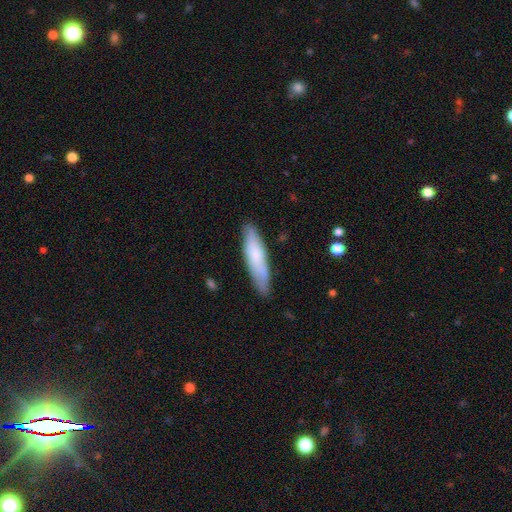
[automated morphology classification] Smooth or featured?
  - smooth: 71% *
  - featured or disk: 23%
  - star or artifact: 6%
How rounded?
  - cigar-shaped: 72% *
  - in between: 26%
  - round: 1%
Merging?
  - none: 83% *
  - minor disturbance: 14%
  - major disturbance: 2%
  - merger: 1%